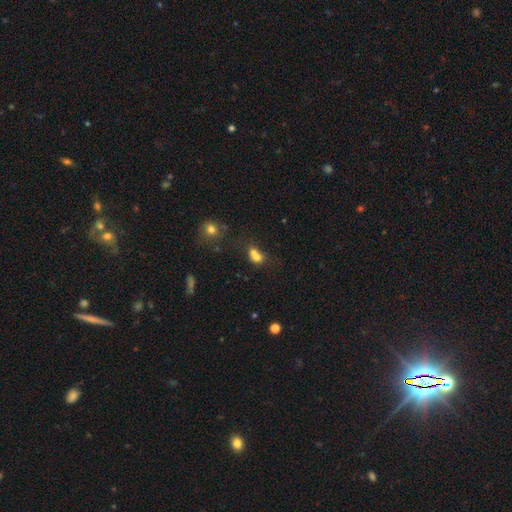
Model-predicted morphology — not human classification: smooth_or_featured: smooth (p=0.71) [alt: star or artifact p=0.15]
how_rounded: round (p=0.67) [alt: in between p=0.32]
merging: merger (p=0.61) [alt: none p=0.28]